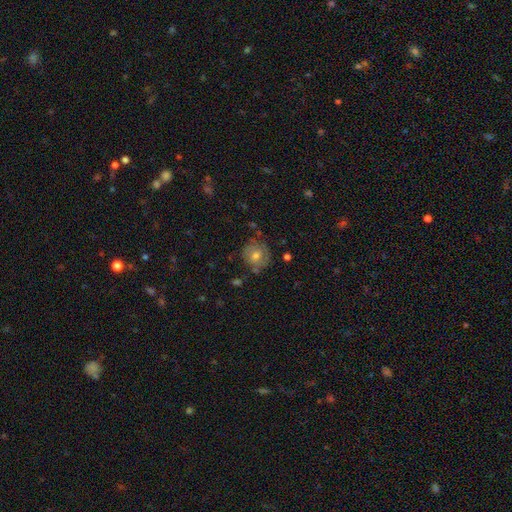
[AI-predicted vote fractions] The model was most divided on "smooth or featured": featured or disk: 45%, smooth: 44%, star or artifact: 10%. More confident: merging — none (69%).